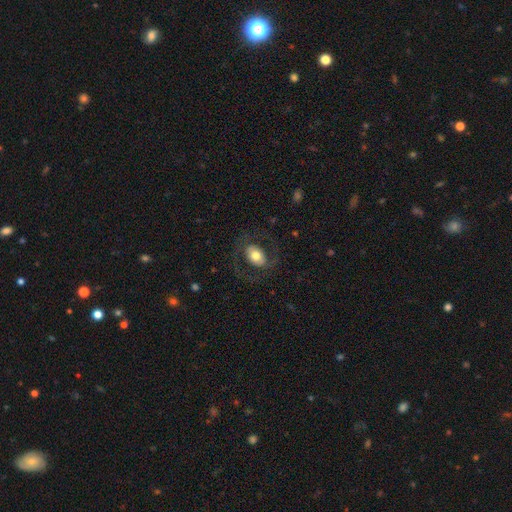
smooth_or_featured: smooth (p=0.62) [alt: featured or disk p=0.25]
how_rounded: in between (p=0.88) [alt: round p=0.12]
merging: none (p=0.69) [alt: minor disturbance p=0.17]